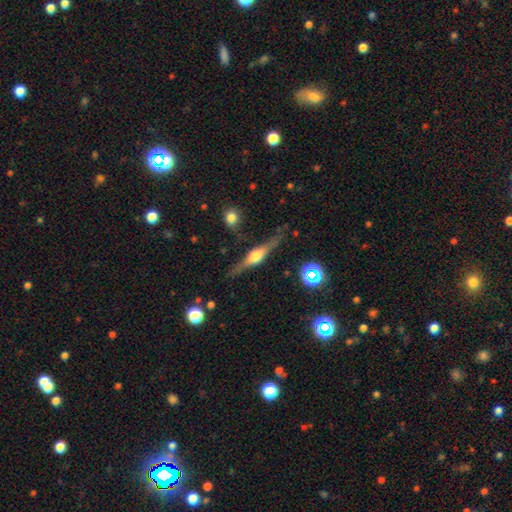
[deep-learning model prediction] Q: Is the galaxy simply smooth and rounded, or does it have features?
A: featured or disk — 77%.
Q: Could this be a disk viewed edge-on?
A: yes — 96%.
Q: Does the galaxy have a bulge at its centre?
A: rounded — 90%.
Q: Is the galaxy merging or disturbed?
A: none — 80%.